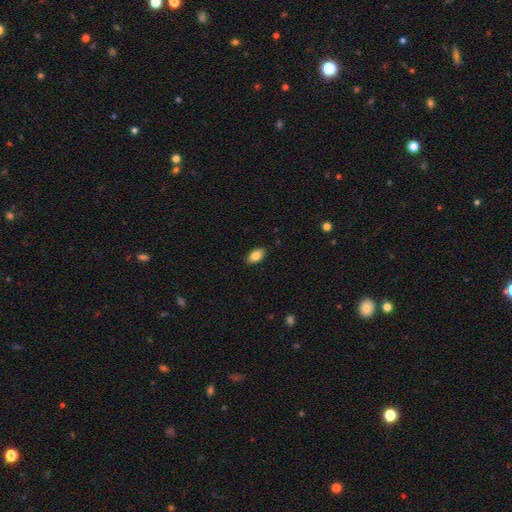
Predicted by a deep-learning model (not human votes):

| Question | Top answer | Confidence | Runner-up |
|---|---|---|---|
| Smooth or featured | smooth | 84% | featured or disk (8%) |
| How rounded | in between | 92% | round (5%) |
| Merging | none | 88% | minor disturbance (9%) |